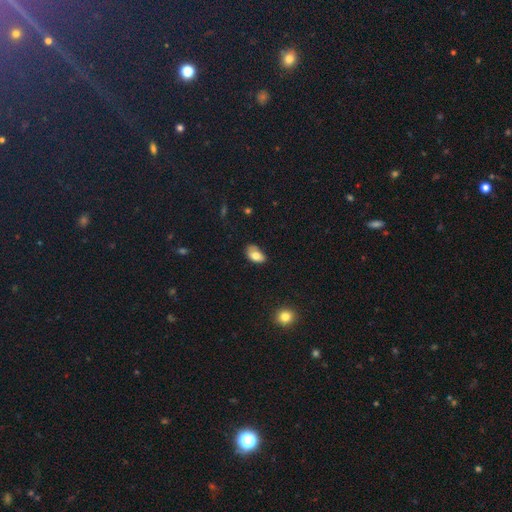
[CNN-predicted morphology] smooth 75%, featured or disk 16%, star or artifact 9%. Down the decision tree: how rounded — in between (91%); merging — none (54%).